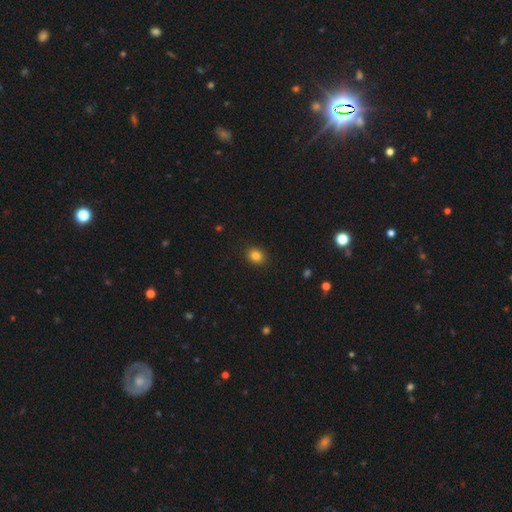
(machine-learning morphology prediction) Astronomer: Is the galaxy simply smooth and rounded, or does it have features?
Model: smooth — 85%.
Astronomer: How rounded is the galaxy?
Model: round — 64%.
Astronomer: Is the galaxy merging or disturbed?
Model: none — 90%.